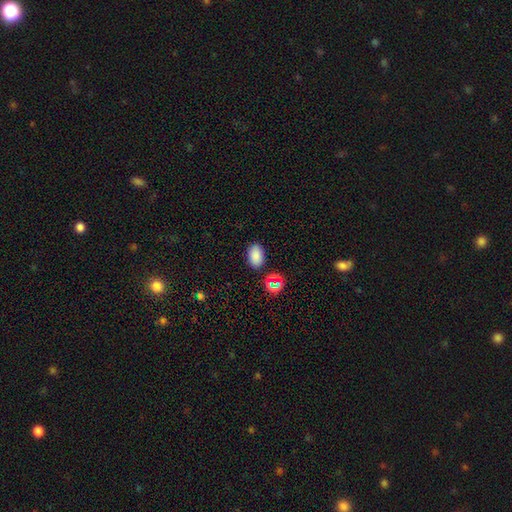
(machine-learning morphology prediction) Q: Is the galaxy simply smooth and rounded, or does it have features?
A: smooth — 83%.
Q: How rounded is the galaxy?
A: in between — 86%.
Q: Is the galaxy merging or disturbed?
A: none — 84%.